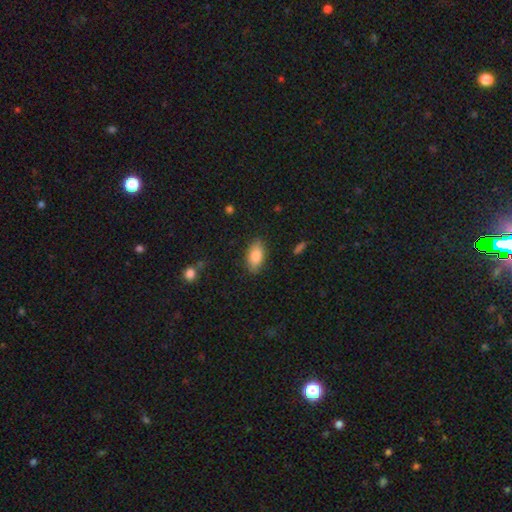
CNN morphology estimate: A smooth galaxy with no disk features (85%) that is in between round and cigar-shaped (91%). Merging: none (85%).